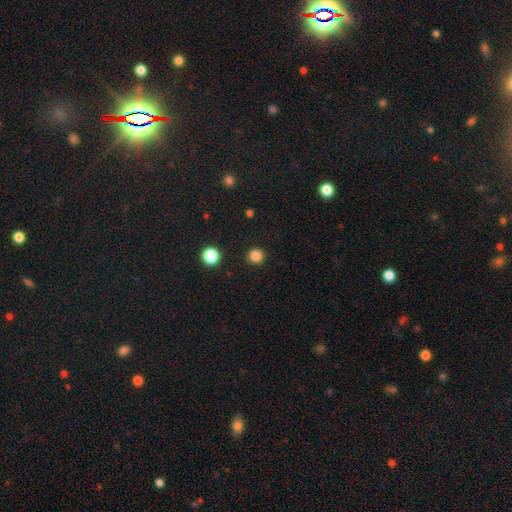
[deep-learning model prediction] Smooth or featured: smooth — 84% (star or artifact — 13%)
How rounded: round — 94% (in between — 5%)
Merging: none — 92% (minor disturbance — 5%)